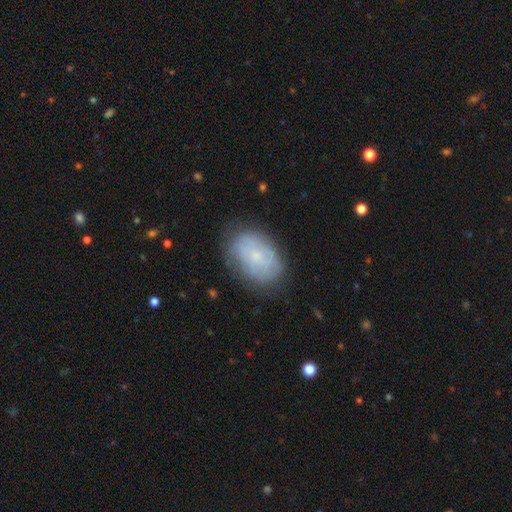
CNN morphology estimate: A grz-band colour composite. It shows a smooth galaxy with no disk features (54%) that is in between round and cigar-shaped (84%). Merging: none (74%).